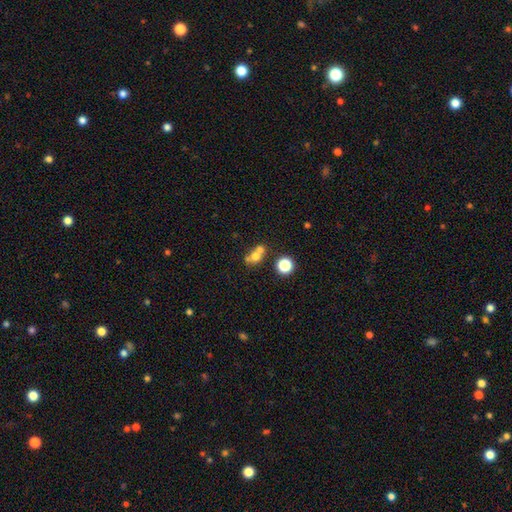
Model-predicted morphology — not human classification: Smooth or featured?
  - smooth: 64% *
  - featured or disk: 20%
  - star or artifact: 16%
How rounded?
  - round: 69% *
  - in between: 29%
  - cigar-shaped: 2%
Merging?
  - merger: 56% *
  - none: 32%
  - minor disturbance: 8%
  - major disturbance: 5%